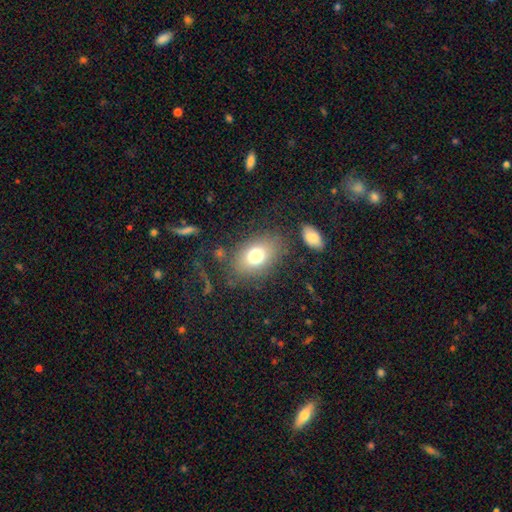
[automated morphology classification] smooth 75%, featured or disk 14%, star or artifact 10%. Down the decision tree: how rounded — in between (80%); merging — none (77%).